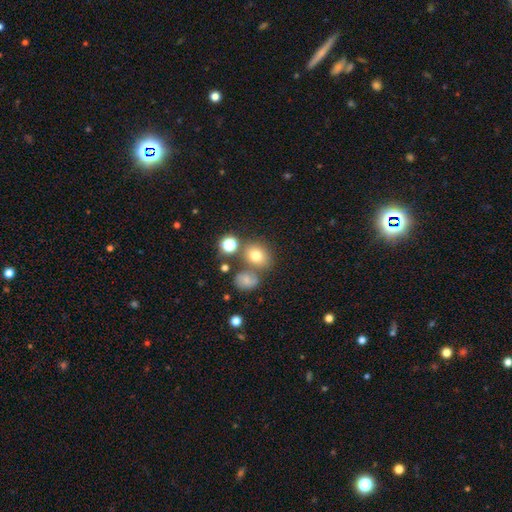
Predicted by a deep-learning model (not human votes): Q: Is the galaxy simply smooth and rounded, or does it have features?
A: smooth — 74%.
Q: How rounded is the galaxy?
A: round — 58%.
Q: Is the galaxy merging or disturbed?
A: none — 61%.